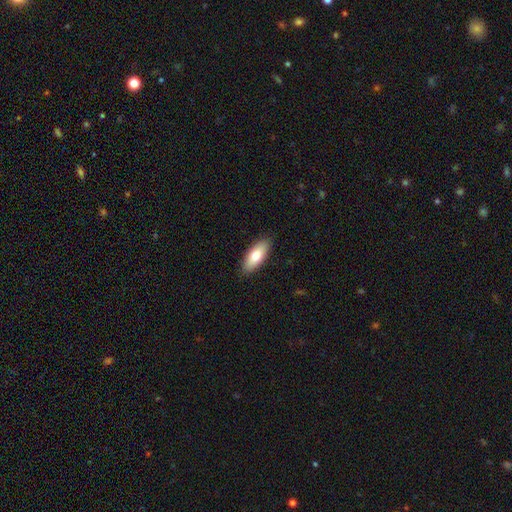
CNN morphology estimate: The model was most divided on "how rounded": in between: 78%, cigar-shaped: 20%, round: 2%. More confident: merging — none (88%); smooth or featured — smooth (78%).